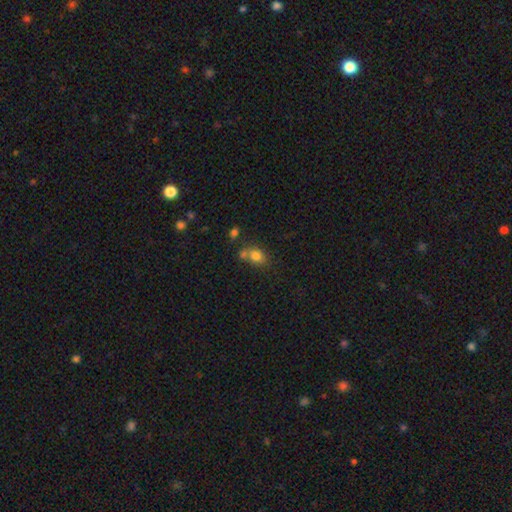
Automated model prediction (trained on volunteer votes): Overall: smooth (79%). How rounded: in between (55%; round 44%). Merging: none (47%; merger 35%).